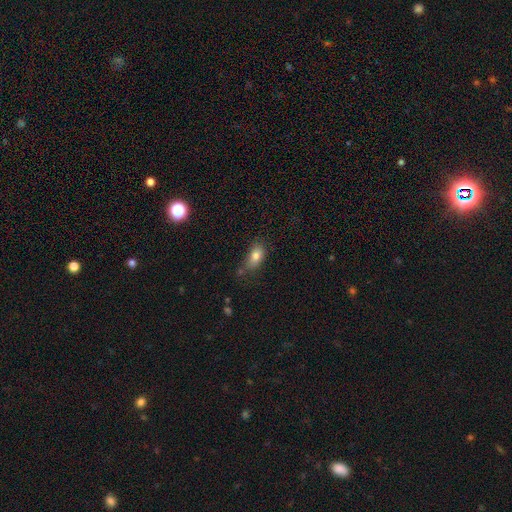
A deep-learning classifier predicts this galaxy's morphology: This is clearly a smooth galaxy (80%). How rounded: clearly in between (86%). Merging: likely none (61%).